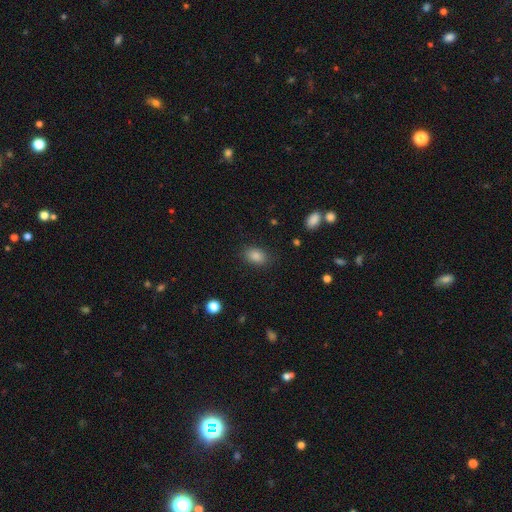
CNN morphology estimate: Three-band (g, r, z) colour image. It shows a smooth galaxy with no disk features (85%) that is in between round and cigar-shaped (80%). Merging: none (85%).